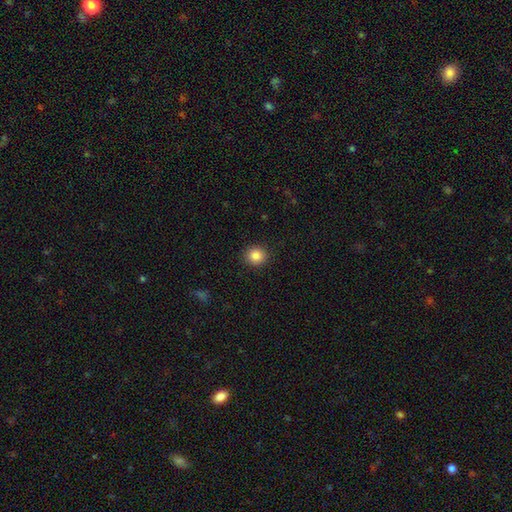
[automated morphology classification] The model was most divided on "smooth or featured": smooth: 86%, star or artifact: 10%, featured or disk: 4%. More confident: merging — none (91%); how rounded — round (88%).